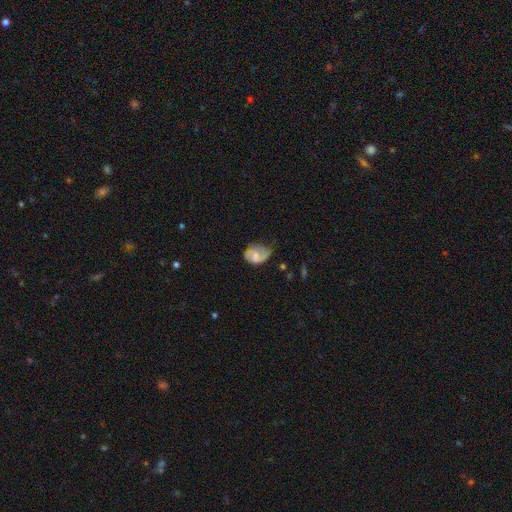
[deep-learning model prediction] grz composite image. It shows a featured or disk galaxy (55%) with no bar (55%), spiral arms (76%) and no central bulge (38%). Merging: none (39%).